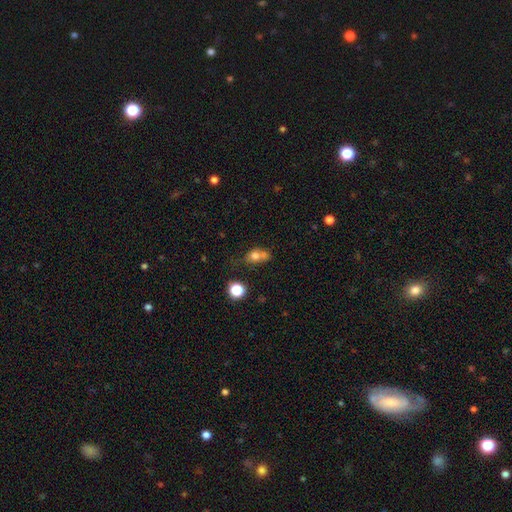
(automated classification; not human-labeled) A smooth galaxy with no disk features (71%) that is round (51%).

Vote fractions:
- Smooth or featured? smooth: 71% / featured or disk: 15% / star or artifact: 14%
- How rounded? round: 51% / in between: 47% / cigar-shaped: 2%
- Merging? merger: 41% / none: 32% / minor disturbance: 16% / major disturbance: 10%